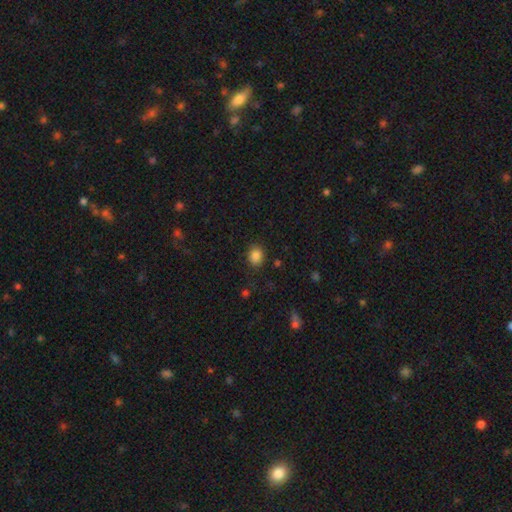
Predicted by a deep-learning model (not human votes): smooth 85%, star or artifact 11%, featured or disk 4%. Down the decision tree: how rounded — round (58%); merging — none (83%).